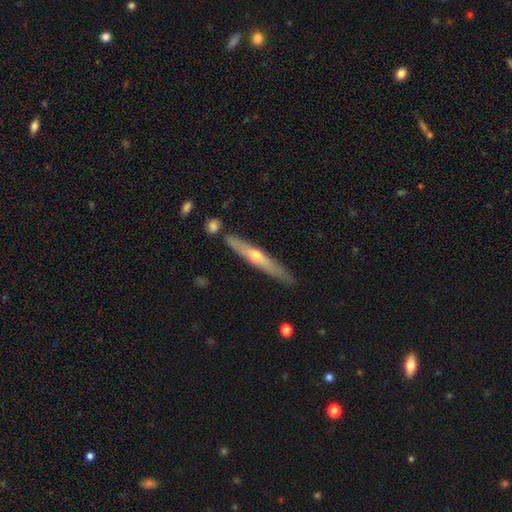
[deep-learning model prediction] Overall: featured or disk (64%; smooth 29%). Edge-on disk: yes (93%). Edge-on bulge: rounded (79%). Merging: none (84%).